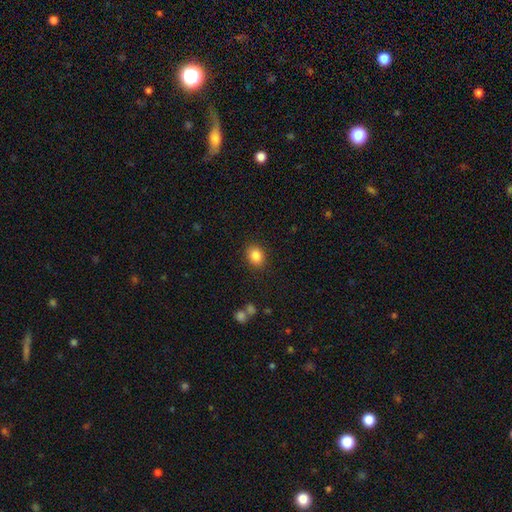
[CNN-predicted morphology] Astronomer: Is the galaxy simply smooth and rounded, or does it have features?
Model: smooth — 85%.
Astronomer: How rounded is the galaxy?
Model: round — 50% (runner-up: in between, 49%).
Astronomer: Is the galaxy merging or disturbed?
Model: none — 88%.